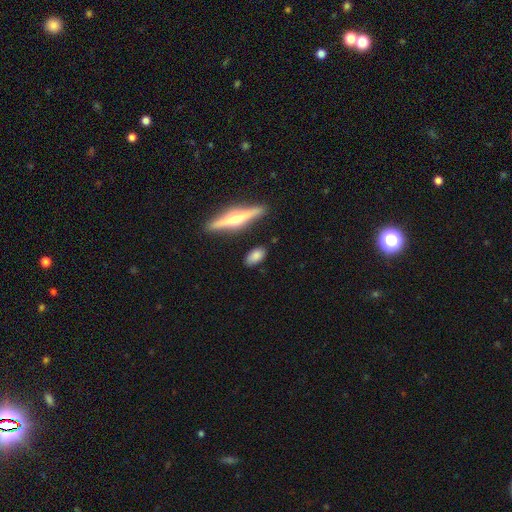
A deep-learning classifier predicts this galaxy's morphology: Q: Smooth or featured?
A: smooth (75%); runner-up: featured or disk (19%)
Q: How rounded?
A: in between (79%); runner-up: cigar-shaped (15%)
Q: Merging?
A: none (80%); runner-up: minor disturbance (14%)